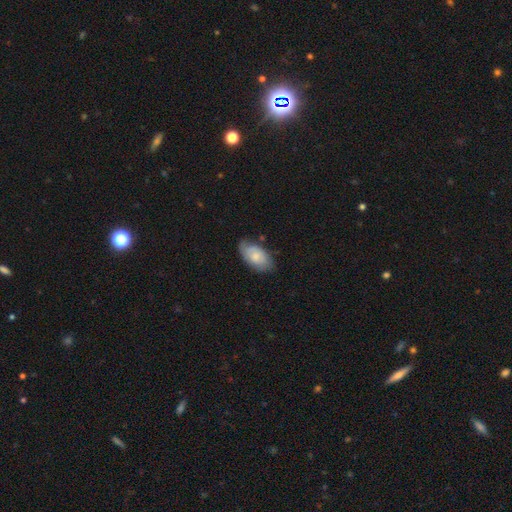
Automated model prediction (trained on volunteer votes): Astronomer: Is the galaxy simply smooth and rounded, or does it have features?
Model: smooth — 63%.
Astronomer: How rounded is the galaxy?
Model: in between — 94%.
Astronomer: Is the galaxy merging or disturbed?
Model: none — 66%.